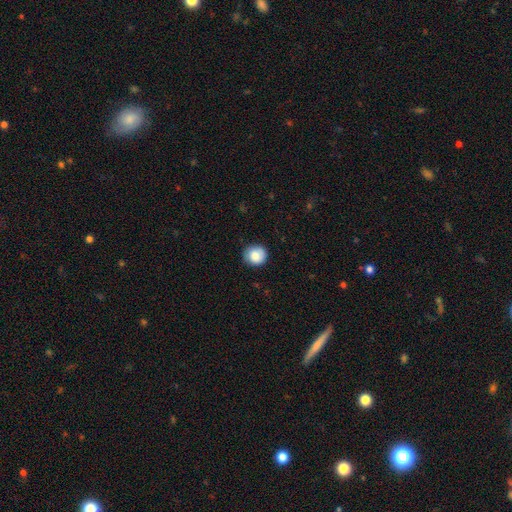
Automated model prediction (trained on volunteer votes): Morphology: type=smooth (86%); roundness=round (88%); merging=none (82%).